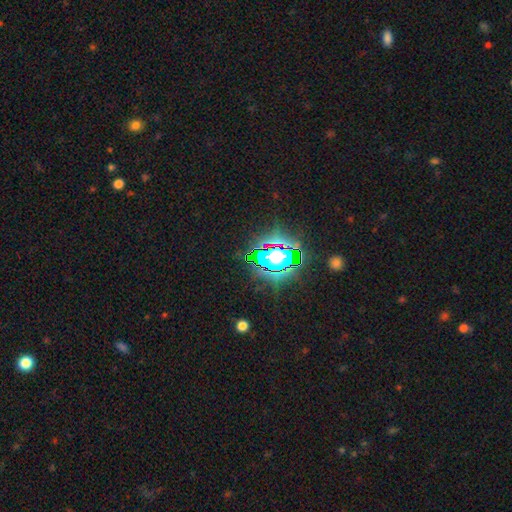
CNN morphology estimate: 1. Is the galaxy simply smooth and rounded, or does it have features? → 70% star or artifact, 18% smooth, 12% featured or disk.